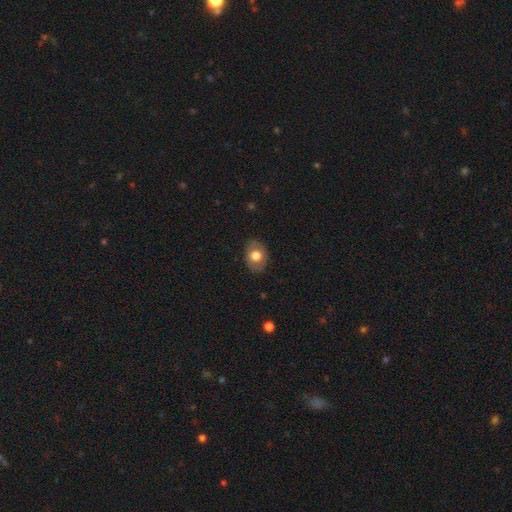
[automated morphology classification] This appears to be a smooth galaxy with no disk features (66%) that is in between round and cigar-shaped (69%). Merging: none (82%).